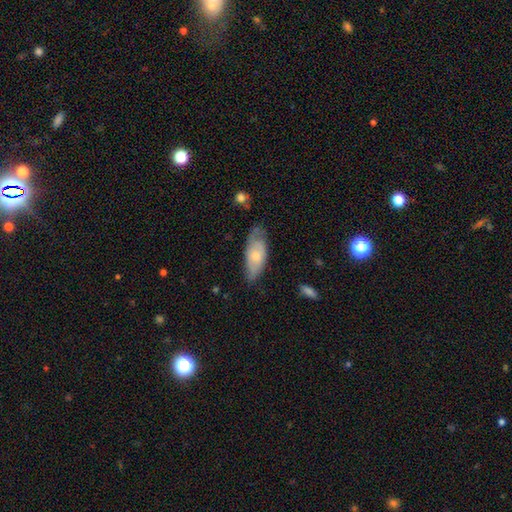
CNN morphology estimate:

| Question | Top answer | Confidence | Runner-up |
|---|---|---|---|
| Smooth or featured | smooth | 61% | featured or disk (34%) |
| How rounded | in between | 82% | cigar-shaped (15%) |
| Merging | none | 59% | minor disturbance (32%) |